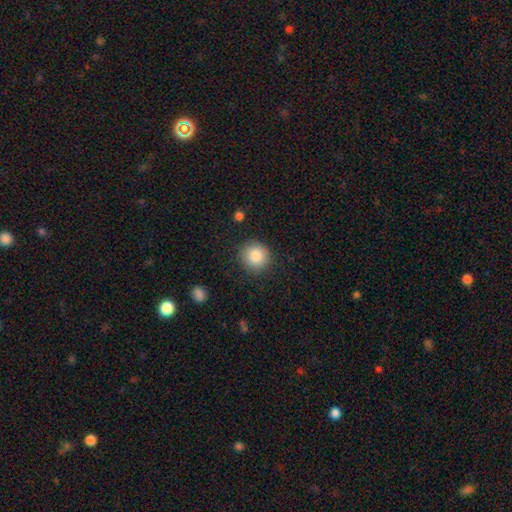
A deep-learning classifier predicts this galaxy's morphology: Smooth or featured? smooth (85%)
How rounded? round (92%)
Merging? none (88%)